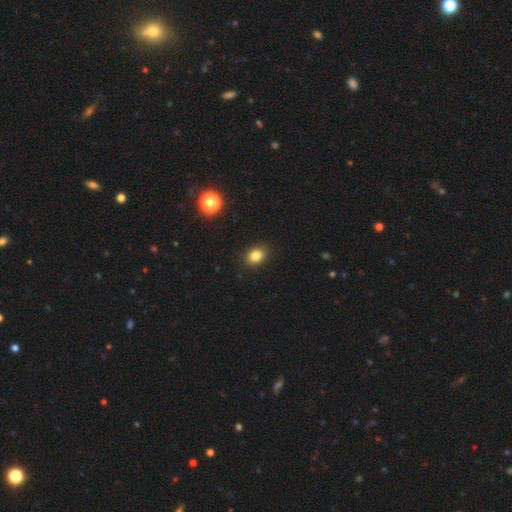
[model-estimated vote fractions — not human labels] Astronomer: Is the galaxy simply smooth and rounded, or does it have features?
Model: smooth — 83%.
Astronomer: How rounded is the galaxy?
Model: in between — 60% (runner-up: round, 39%).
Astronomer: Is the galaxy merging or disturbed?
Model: none — 90%.